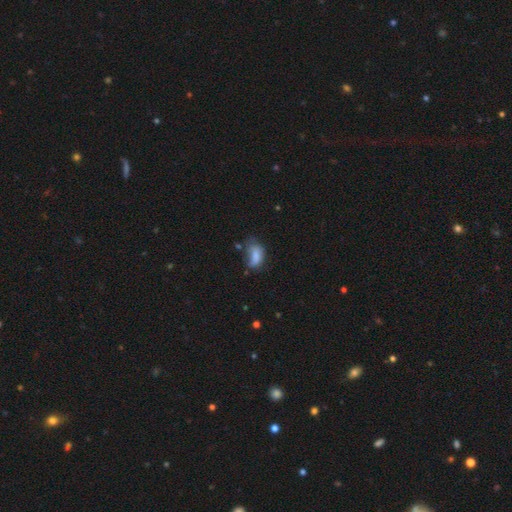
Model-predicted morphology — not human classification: Smooth or featured?
  - smooth: 72% *
  - featured or disk: 18%
  - star or artifact: 10%
How rounded?
  - in between: 88% *
  - round: 8%
  - cigar-shaped: 4%
Merging?
  - minor disturbance: 32% *
  - none: 30%
  - major disturbance: 29%
  - merger: 8%